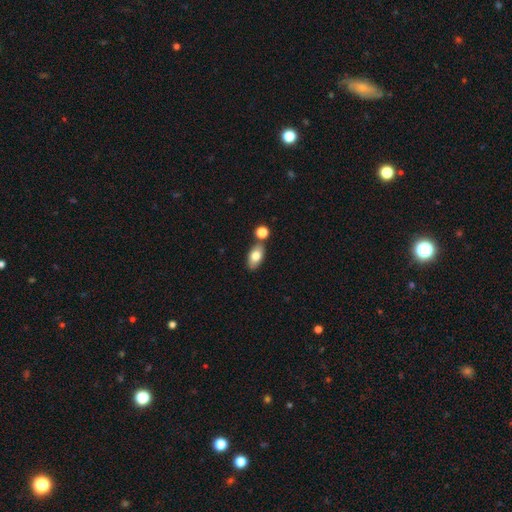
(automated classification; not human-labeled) smooth 77%, featured or disk 15%, star or artifact 8%. Down the decision tree: how rounded — in between (90%); merging — none (72%).